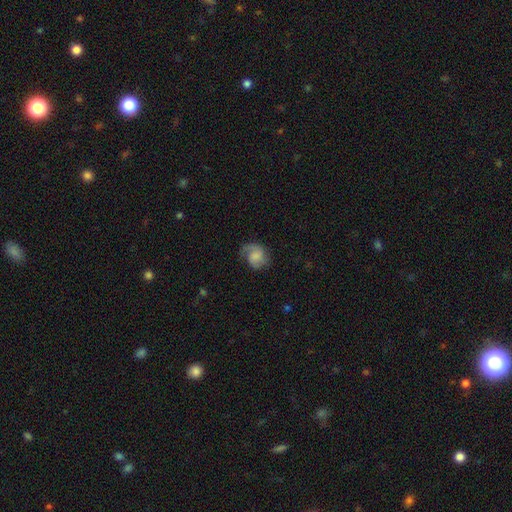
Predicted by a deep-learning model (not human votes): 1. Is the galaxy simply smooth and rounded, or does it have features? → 53% featured or disk, 39% smooth, 8% star or artifact.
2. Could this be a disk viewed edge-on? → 98% no, 2% yes.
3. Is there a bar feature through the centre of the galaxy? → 66% no, 30% weak, 4% strong.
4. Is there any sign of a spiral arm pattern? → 91% yes, 9% no.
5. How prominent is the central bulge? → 33% none, 27% small, 23% moderate, 13% large, 3% dominant.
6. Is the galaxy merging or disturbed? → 57% none, 24% minor disturbance, 17% major disturbance, 1% merger.